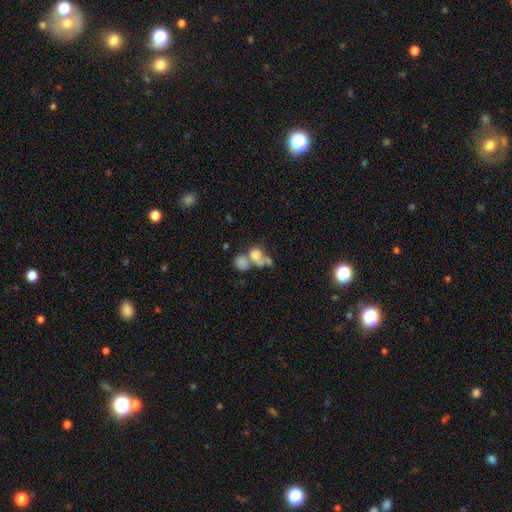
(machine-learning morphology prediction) Overall: smooth (66%). How rounded: round (54%; in between 44%). Merging: merger (61%).